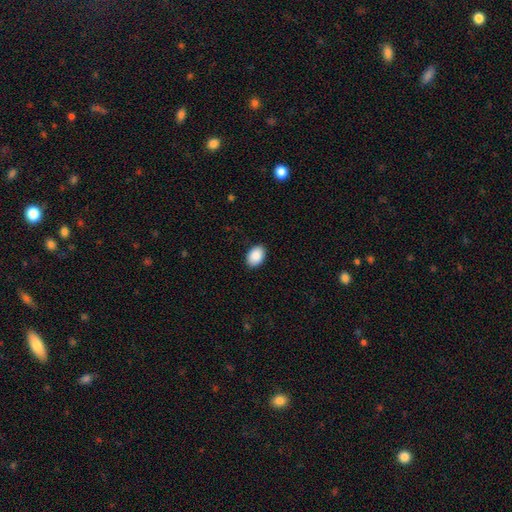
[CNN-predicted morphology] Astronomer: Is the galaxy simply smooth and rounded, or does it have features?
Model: smooth — 90%.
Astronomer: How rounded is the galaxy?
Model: in between — 85%.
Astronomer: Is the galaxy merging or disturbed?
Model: none — 88%.